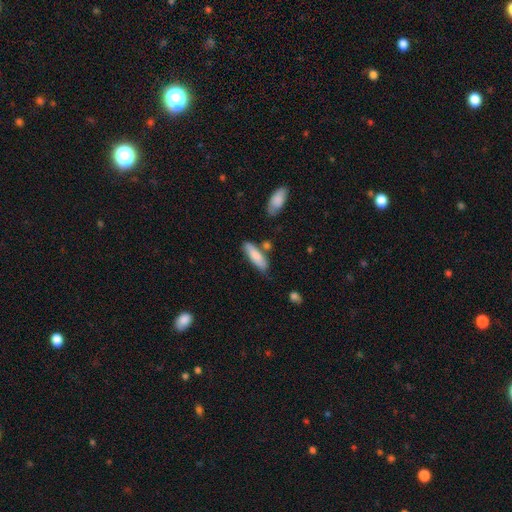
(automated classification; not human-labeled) A smooth galaxy with no disk features (81%) that is cigar-shaped (54%). Merging: none (68%).